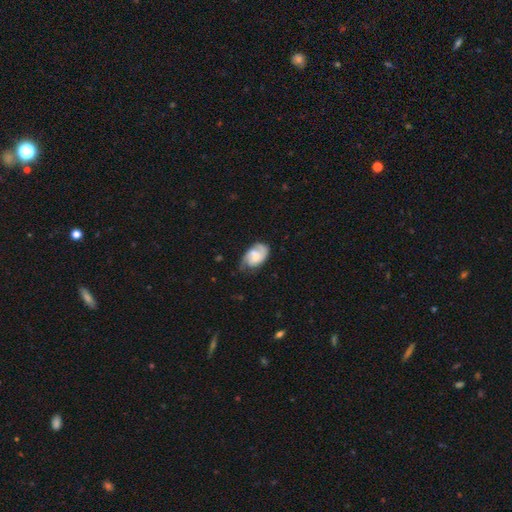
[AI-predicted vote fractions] This appears to be a featured or disk galaxy (50%). Merging: none (50%).